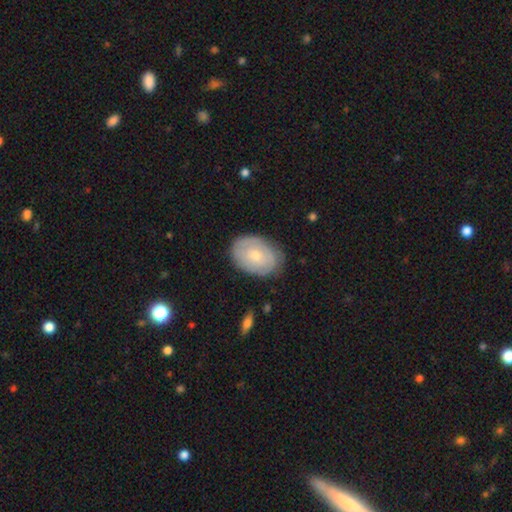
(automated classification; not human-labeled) Smooth or featured: featured or disk — 52% (smooth — 42%)
Edge-on disk: no — 95% (yes — 5%)
Merging: none — 78% (minor disturbance — 17%)